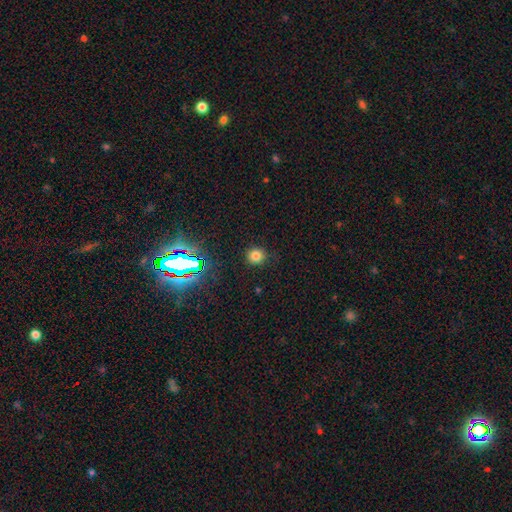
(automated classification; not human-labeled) Smooth or featured: smooth — 76% (star or artifact — 18%)
How rounded: round — 90% (in between — 9%)
Merging: none — 89% (minor disturbance — 7%)